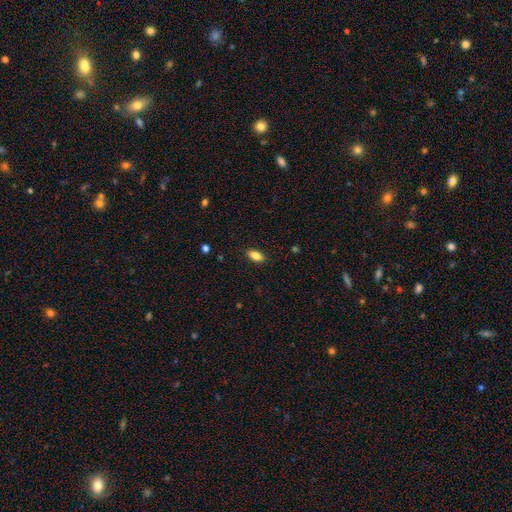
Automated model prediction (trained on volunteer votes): A smooth galaxy with no disk features (79%) that is in between round and cigar-shaped (83%). Merging: none (87%).